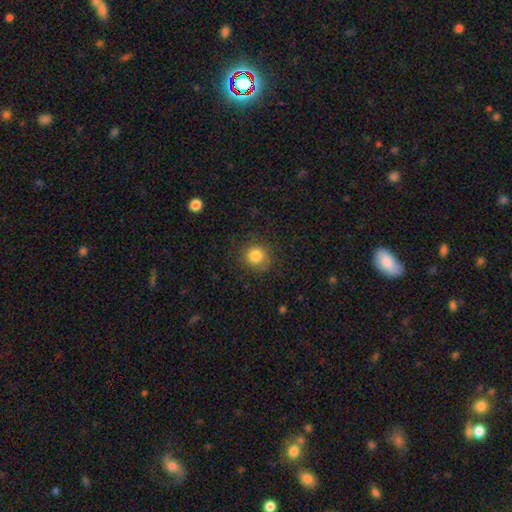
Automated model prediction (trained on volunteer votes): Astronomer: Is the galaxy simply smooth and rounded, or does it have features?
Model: smooth — 83%.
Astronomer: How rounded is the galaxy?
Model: round — 93%.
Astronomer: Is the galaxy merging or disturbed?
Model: none — 87%.